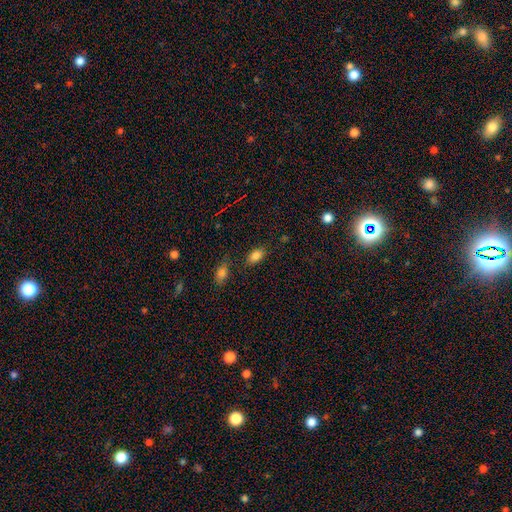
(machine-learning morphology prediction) type=smooth (83%); roundness=in between (89%); merging=none (78%).